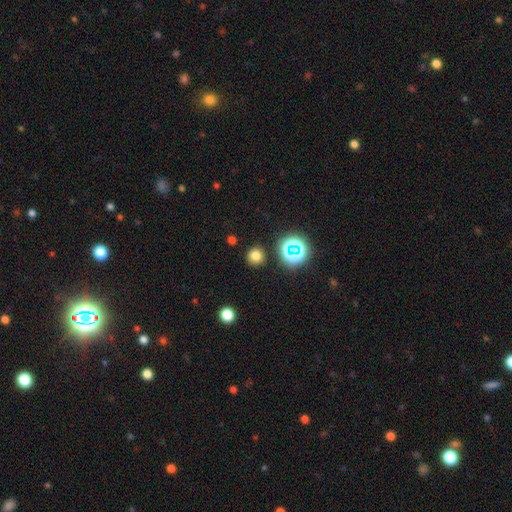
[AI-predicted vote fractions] The model was most divided on "smooth or featured": smooth: 73%, star or artifact: 21%, featured or disk: 6%. More confident: how rounded — round (91%); merging — none (89%).